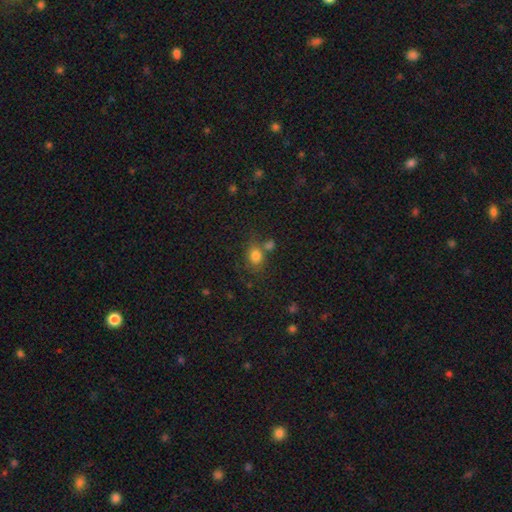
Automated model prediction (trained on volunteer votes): This is likely a smooth galaxy (80%). How rounded: possibly round (57%). Merging: possibly none (58%).